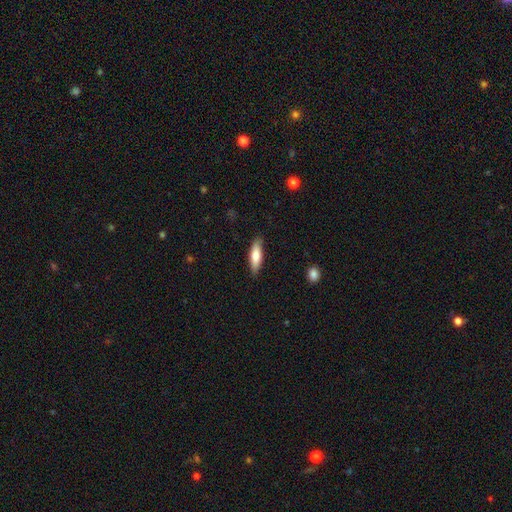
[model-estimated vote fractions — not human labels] Q: Smooth or featured?
A: smooth (76%); runner-up: featured or disk (19%)
Q: How rounded?
A: cigar-shaped (53%); runner-up: in between (45%)
Q: Merging?
A: none (86%); runner-up: minor disturbance (11%)